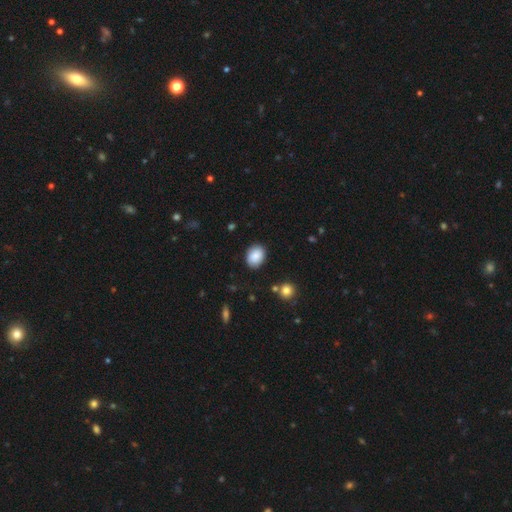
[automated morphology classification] type=smooth (84%); roundness=in between (59%); merging=none (85%).